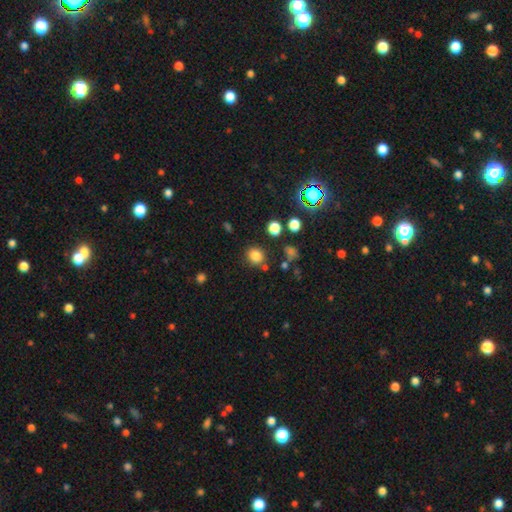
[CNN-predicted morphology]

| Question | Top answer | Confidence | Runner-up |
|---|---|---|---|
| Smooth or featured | smooth | 81% | star or artifact (14%) |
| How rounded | round | 76% | in between (23%) |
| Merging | none | 81% | minor disturbance (10%) |